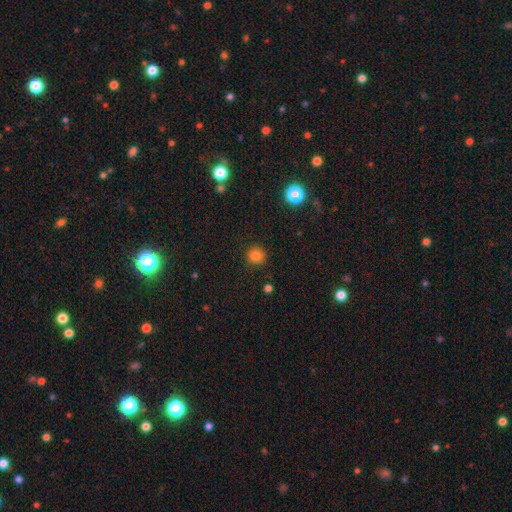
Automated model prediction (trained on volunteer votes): smooth-or-featured: smooth: 82% | star or artifact: 13% | featured or disk: 5%
  how-rounded: round: 92% | in between: 7% | cigar-shaped: 1%
  merging: none: 90% | minor disturbance: 7% | major disturbance: 2% | merger: 1%